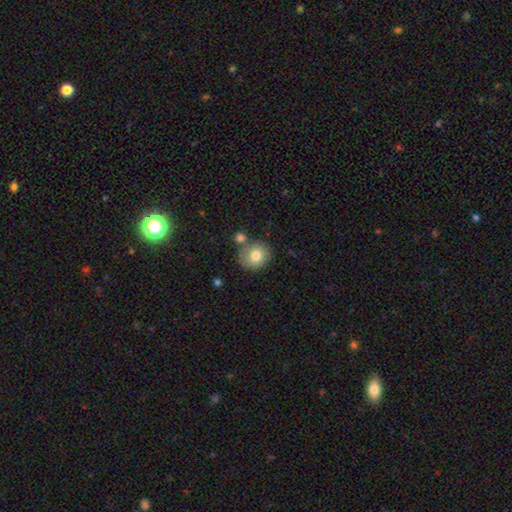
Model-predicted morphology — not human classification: smooth_or_featured: smooth (p=0.77) [alt: featured or disk p=0.14]
how_rounded: round (p=0.79) [alt: in between p=0.20]
merging: none (p=0.67) [alt: merger p=0.16]